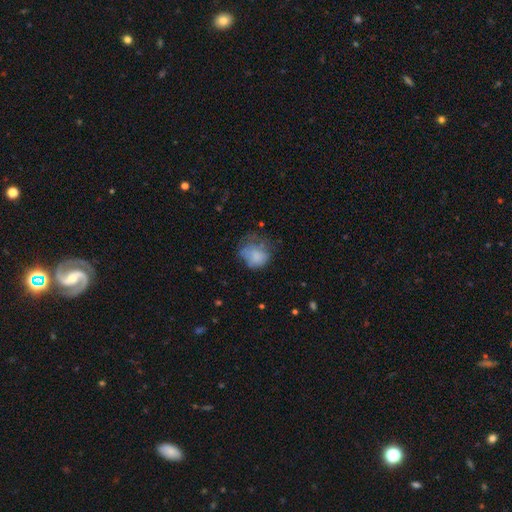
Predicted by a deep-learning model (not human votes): Overall: smooth (68%). How rounded: round (60%; in between 39%). Merging: none (33%, tied with major disturbance).